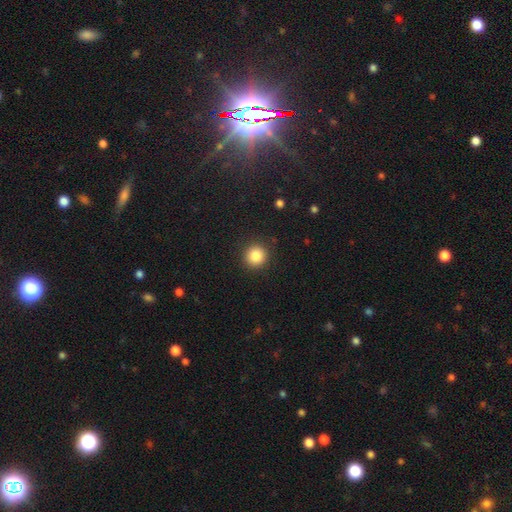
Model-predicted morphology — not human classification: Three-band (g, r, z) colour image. It shows a smooth galaxy with no disk features (85%) that is round (94%). Merging: none (91%).